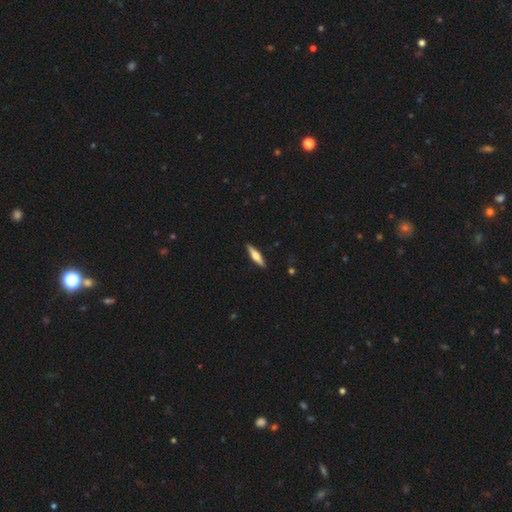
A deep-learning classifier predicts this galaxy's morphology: The model was most divided on "smooth or featured": smooth: 48%, featured or disk: 46%, star or artifact: 5%. More confident: merging — none (90%).